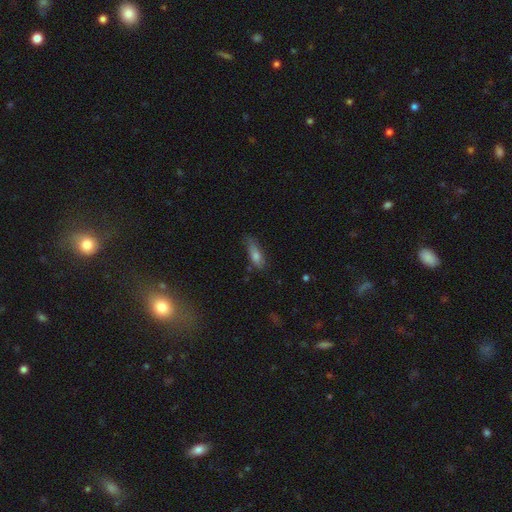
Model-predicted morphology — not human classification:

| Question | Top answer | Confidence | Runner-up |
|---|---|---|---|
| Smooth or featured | smooth | 65% | featured or disk (23%) |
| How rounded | cigar-shaped | 48% | tied: in between (48%) |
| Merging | none | 61% | minor disturbance (28%) |